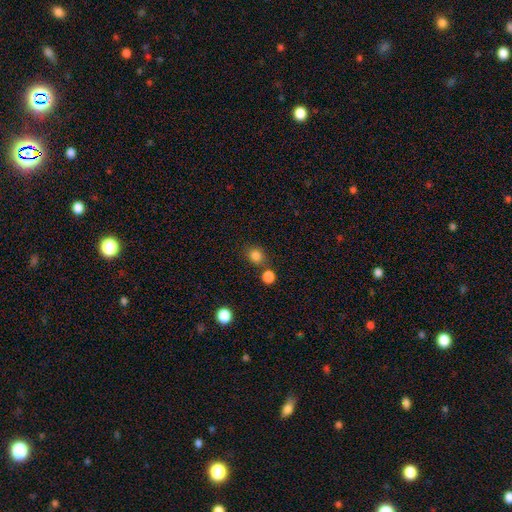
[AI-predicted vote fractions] Smooth or featured? smooth (83%)
How rounded? round (77%)
Merging? none (72%)